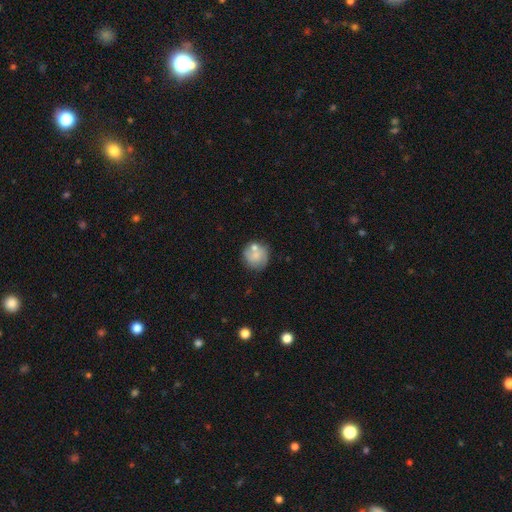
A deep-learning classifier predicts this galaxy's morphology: This appears to be a smooth galaxy with no disk features (52%) that is round (86%). Merging: none (59%).